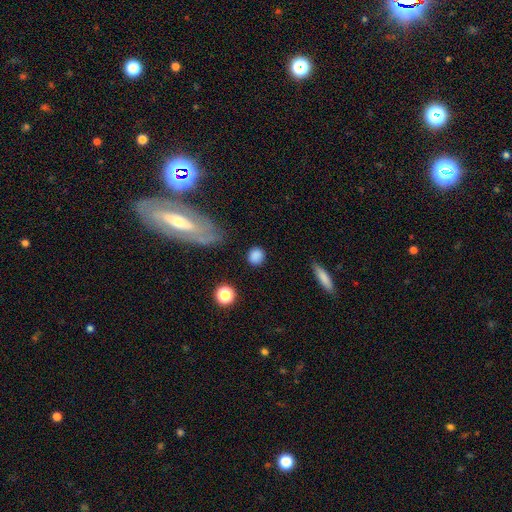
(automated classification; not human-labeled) smooth-or-featured: smooth: 83% | star or artifact: 11% | featured or disk: 6%
  how-rounded: round: 80% | in between: 19% | cigar-shaped: 2%
  merging: none: 82% | minor disturbance: 11% | major disturbance: 4% | merger: 3%